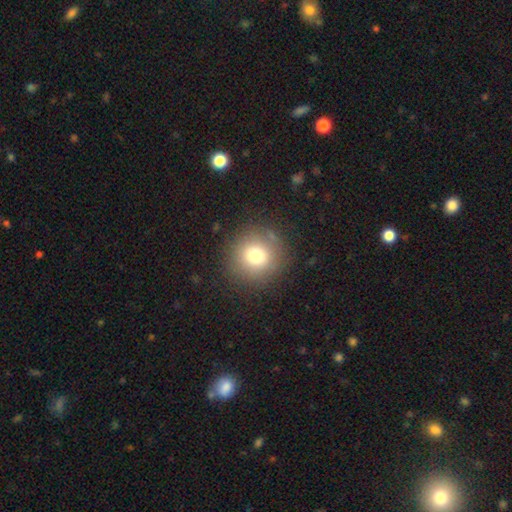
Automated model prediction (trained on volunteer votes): A smooth galaxy with no disk features (75%) that is round (94%). Merging: none (86%).